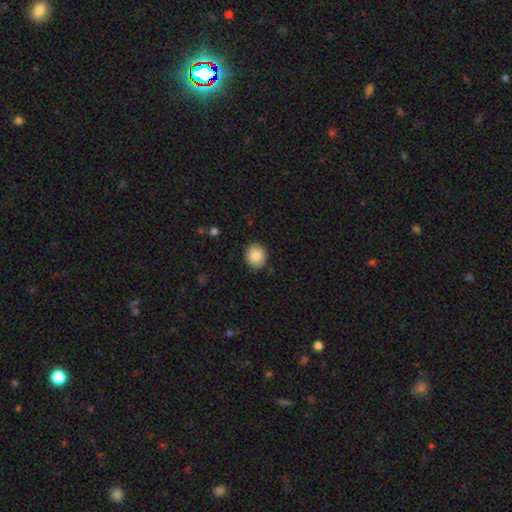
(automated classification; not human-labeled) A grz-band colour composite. It shows a smooth galaxy with no disk features (86%) that is round (77%). Merging: none (88%).